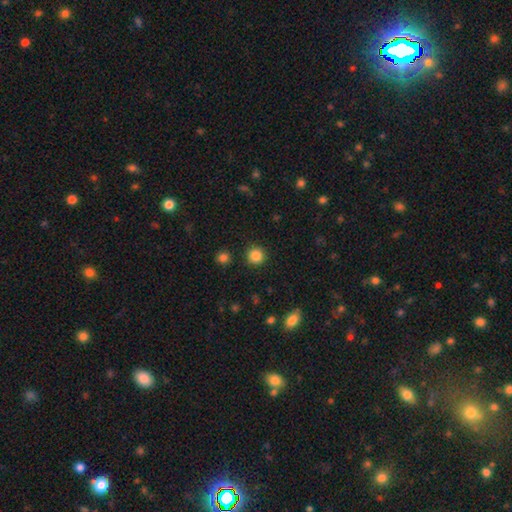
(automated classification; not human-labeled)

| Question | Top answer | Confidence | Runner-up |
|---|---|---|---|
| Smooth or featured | smooth | 85% | star or artifact (11%) |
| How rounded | round | 94% | in between (5%) |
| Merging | none | 91% | minor disturbance (5%) |